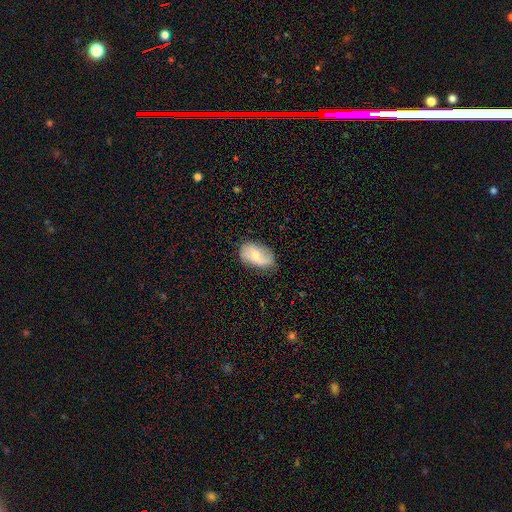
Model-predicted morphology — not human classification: type=featured or disk (48%); merging=none (64%).